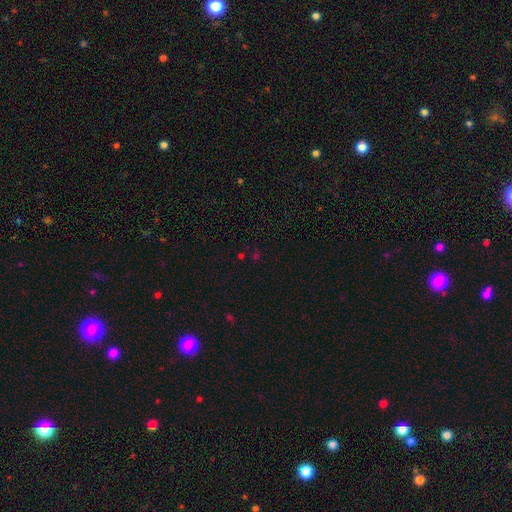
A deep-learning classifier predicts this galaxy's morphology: A star or artifact, not a galaxy (60%).

Vote fractions:
- Smooth or featured? star or artifact: 60% / smooth: 32% / featured or disk: 8%